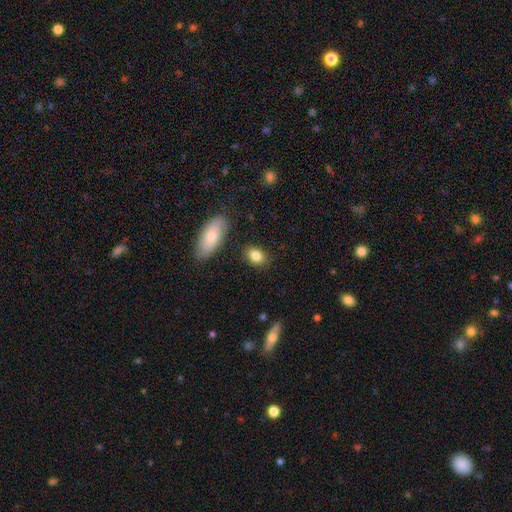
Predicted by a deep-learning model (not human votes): This is clearly a smooth galaxy (84%). How rounded: likely in between (75%). Merging: clearly none (83%).